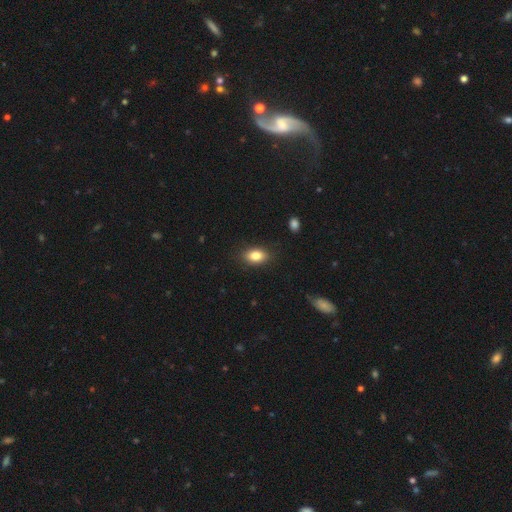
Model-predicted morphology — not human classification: A smooth galaxy with no disk features (83%) that is in between round and cigar-shaped (86%).

Vote fractions:
- Smooth or featured? smooth: 83% / featured or disk: 8% / star or artifact: 8%
- How rounded? in between: 86% / round: 12% / cigar-shaped: 2%
- Merging? none: 86% / minor disturbance: 10% / major disturbance: 3% / merger: 1%